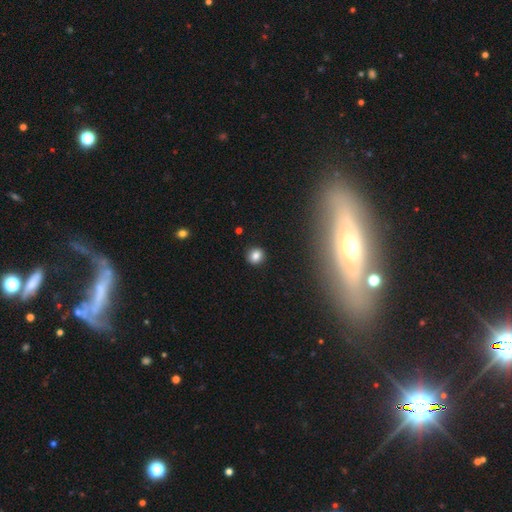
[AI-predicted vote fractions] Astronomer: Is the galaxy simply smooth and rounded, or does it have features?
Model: smooth — 82%.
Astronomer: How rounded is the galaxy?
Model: round — 85%.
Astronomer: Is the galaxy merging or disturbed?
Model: none — 91%.